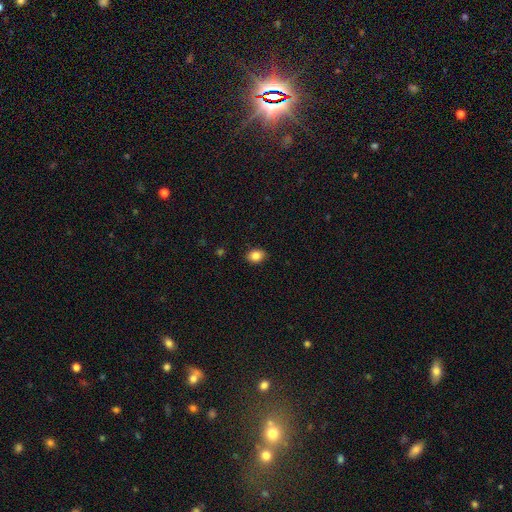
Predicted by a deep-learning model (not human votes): This appears to be a smooth galaxy with no disk features (85%) that is in between round and cigar-shaped (60%). Merging: none (89%).